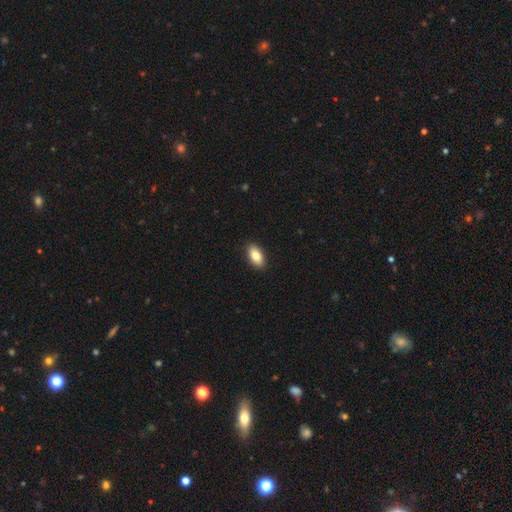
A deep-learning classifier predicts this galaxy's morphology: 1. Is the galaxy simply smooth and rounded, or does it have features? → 83% smooth, 10% featured or disk, 7% star or artifact.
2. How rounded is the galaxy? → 92% in between, 4% round, 3% cigar-shaped.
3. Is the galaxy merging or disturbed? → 90% none, 7% minor disturbance, 2% major disturbance, 1% merger.